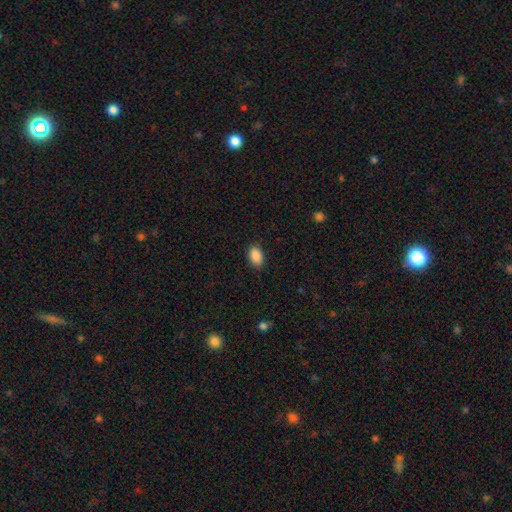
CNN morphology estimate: type=smooth (89%); roundness=in between (89%); merging=none (86%).